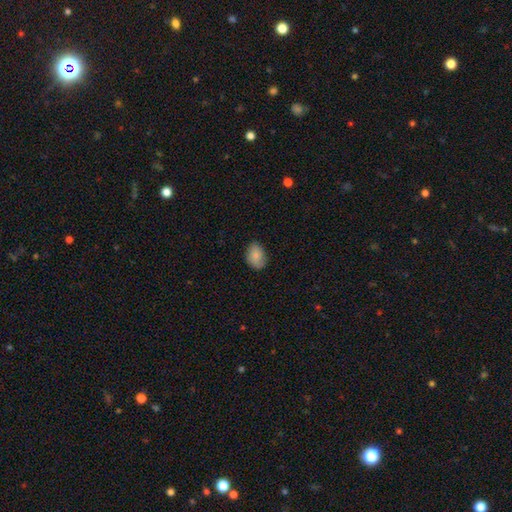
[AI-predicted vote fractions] Morphology: type=smooth (83%); roundness=in between (78%); merging=none (78%).